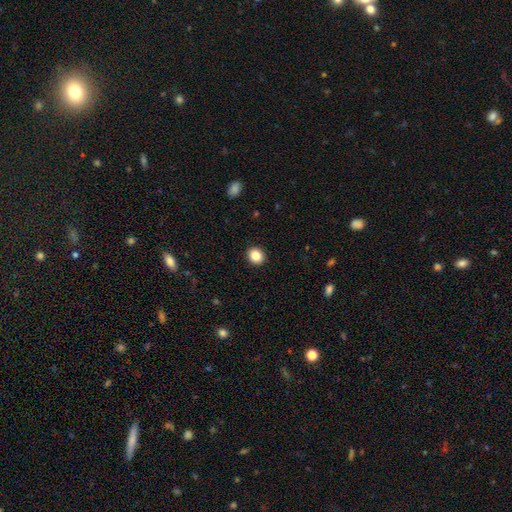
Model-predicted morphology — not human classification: Q: Smooth or featured?
A: smooth (85%); runner-up: star or artifact (10%)
Q: How rounded?
A: round (77%); runner-up: in between (22%)
Q: Merging?
A: none (92%); runner-up: minor disturbance (5%)